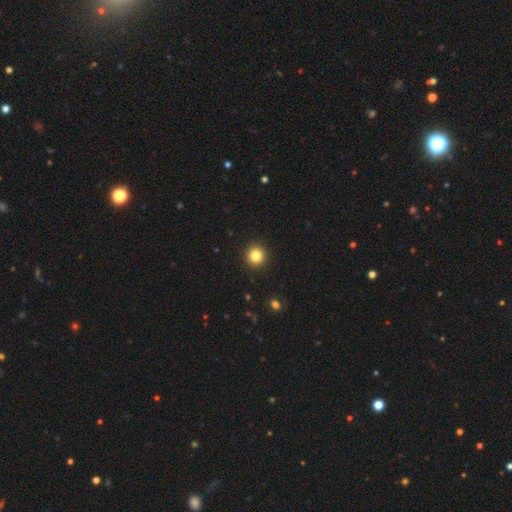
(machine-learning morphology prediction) Smooth or featured: smooth — 83% (star or artifact — 11%)
How rounded: round — 93% (in between — 6%)
Merging: none — 93% (minor disturbance — 5%)